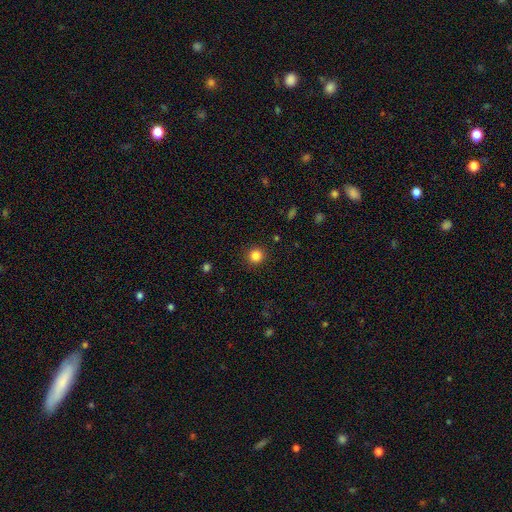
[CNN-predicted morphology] A smooth galaxy with no disk features (84%) that is round (94%). Merging: none (92%).